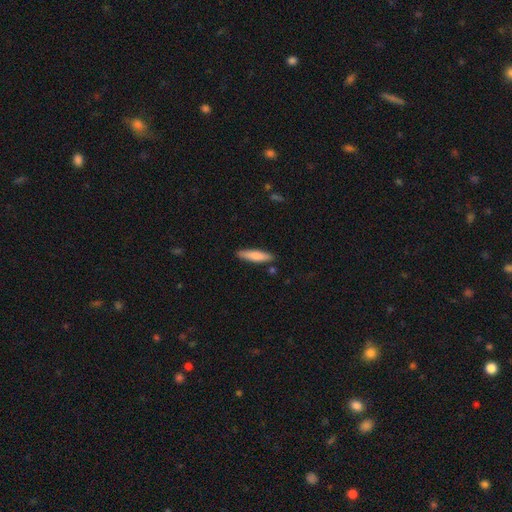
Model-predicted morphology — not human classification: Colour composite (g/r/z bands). It shows a smooth galaxy with no disk features (78%) that is cigar-shaped (78%). Merging: none (87%).